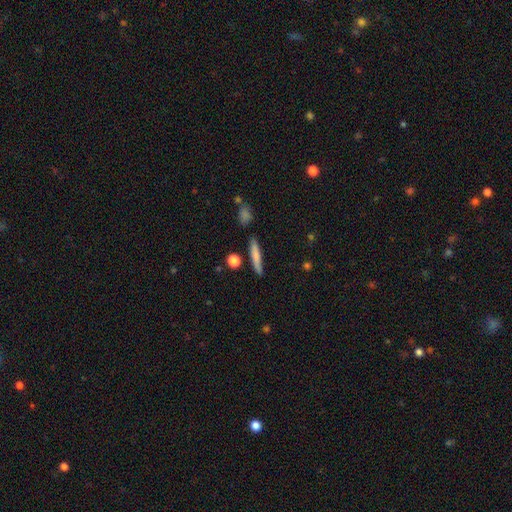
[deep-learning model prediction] Q: Smooth or featured?
A: smooth (74%); runner-up: featured or disk (20%)
Q: How rounded?
A: cigar-shaped (91%); runner-up: in between (7%)
Q: Merging?
A: none (84%); runner-up: minor disturbance (10%)